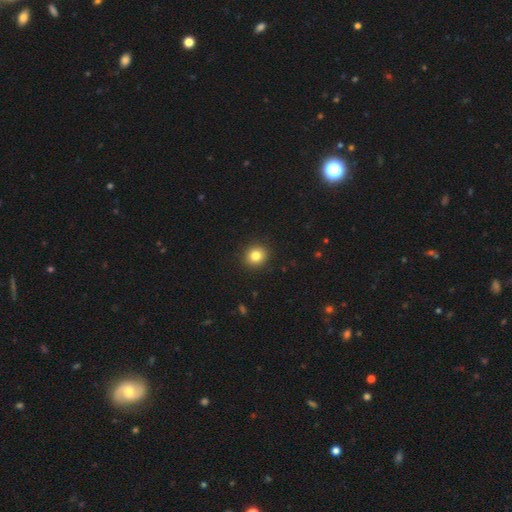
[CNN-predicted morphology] This is clearly a smooth galaxy (83%). How rounded: clearly round (84%). Merging: clearly none (92%).